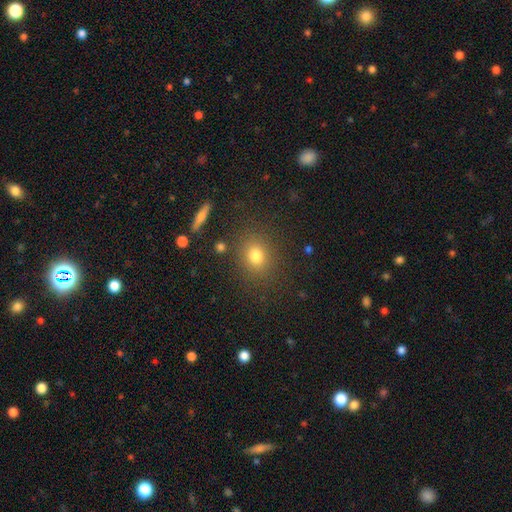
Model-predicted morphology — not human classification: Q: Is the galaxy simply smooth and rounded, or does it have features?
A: smooth — 76%.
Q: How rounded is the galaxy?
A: round — 60%.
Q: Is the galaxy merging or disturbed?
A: none — 84%.